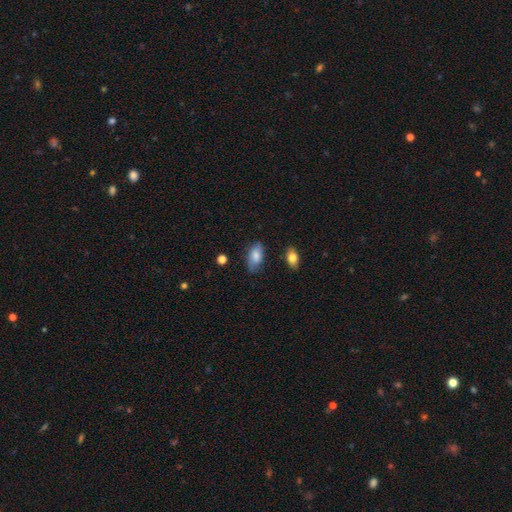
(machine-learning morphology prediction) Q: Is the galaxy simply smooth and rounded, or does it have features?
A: smooth — 78%.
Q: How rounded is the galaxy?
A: in between — 92%.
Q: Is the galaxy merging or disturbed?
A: none — 70%.